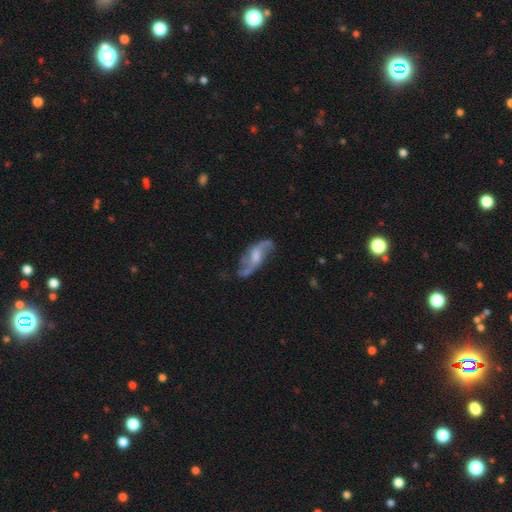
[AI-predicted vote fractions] Smooth or featured? Predicted: featured or disk (p=0.83). Edge-on disk? Predicted: no (p=0.92). Bar? Predicted: weak (p=0.45). Spiral arms? Predicted: yes (p=0.94). Spiral winding? Predicted: loose (p=0.64). Spiral arm count? Predicted: 2 (p=0.83). Bulge size? Predicted: moderate (p=0.45). Merging? Predicted: none (p=0.67).